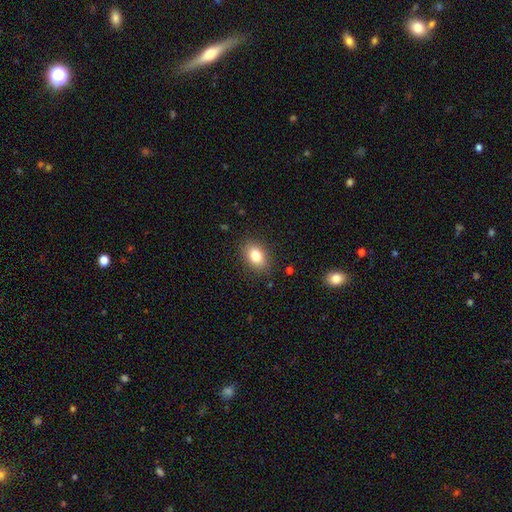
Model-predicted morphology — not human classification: Smooth or featured? Predicted: smooth (p=0.81). How rounded? Predicted: in between (p=0.78). Merging? Predicted: none (p=0.86).